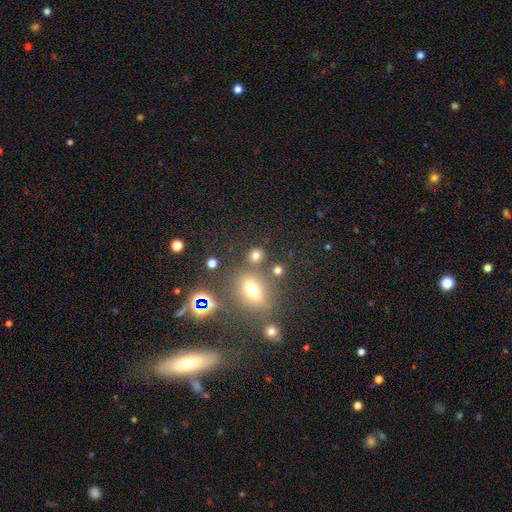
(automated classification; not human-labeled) smooth_or_featured: smooth (p=0.69) [alt: star or artifact p=0.22]
how_rounded: round (p=0.78) [alt: in between p=0.19]
merging: none (p=0.76) [alt: merger p=0.11]